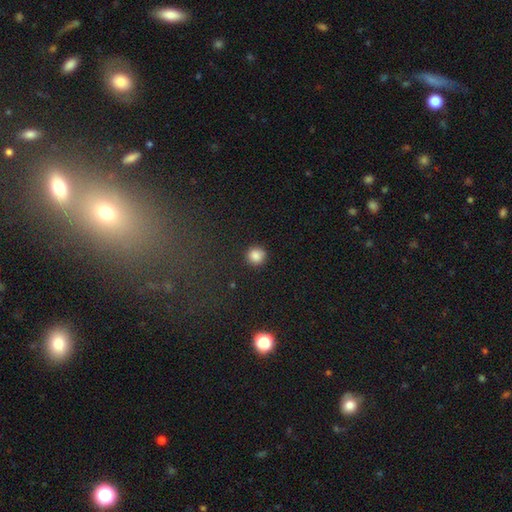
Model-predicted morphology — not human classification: Overall: smooth (85%). How rounded: round (94%). Merging: none (90%).